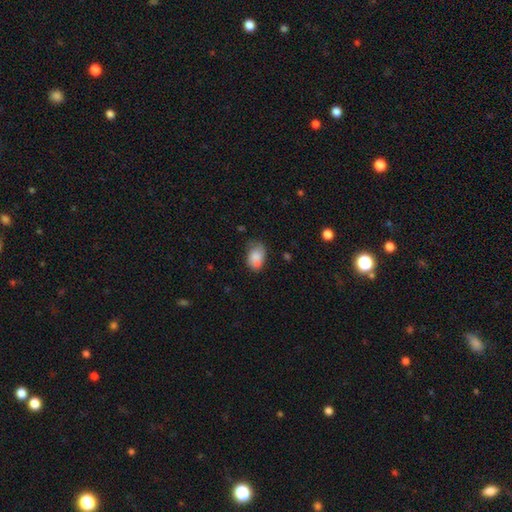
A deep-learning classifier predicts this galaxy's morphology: smooth-or-featured: smooth: 78% | featured or disk: 14% | star or artifact: 8%
  how-rounded: in between: 84% | round: 15% | cigar-shaped: 1%
  merging: none: 45% | minor disturbance: 31% | merger: 13% | major disturbance: 11%